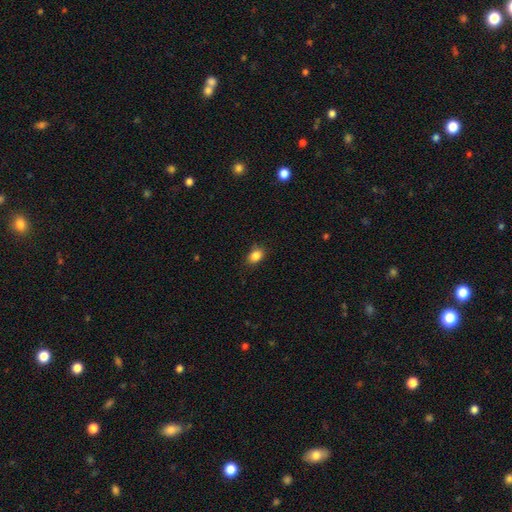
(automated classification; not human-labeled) Smooth or featured?
  - smooth: 86% *
  - star or artifact: 10%
  - featured or disk: 4%
How rounded?
  - in between: 73% *
  - round: 26%
  - cigar-shaped: 1%
Merging?
  - none: 83% *
  - minor disturbance: 13%
  - major disturbance: 3%
  - merger: 1%